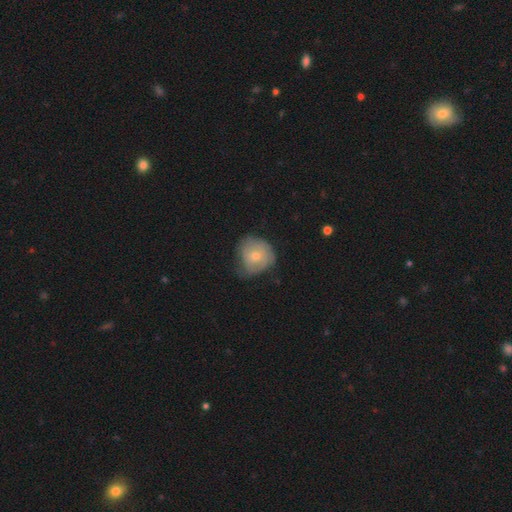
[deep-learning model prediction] Overall: smooth (58%; featured or disk 35%). How rounded: round (79%). Merging: none (45%; minor disturbance 38%).